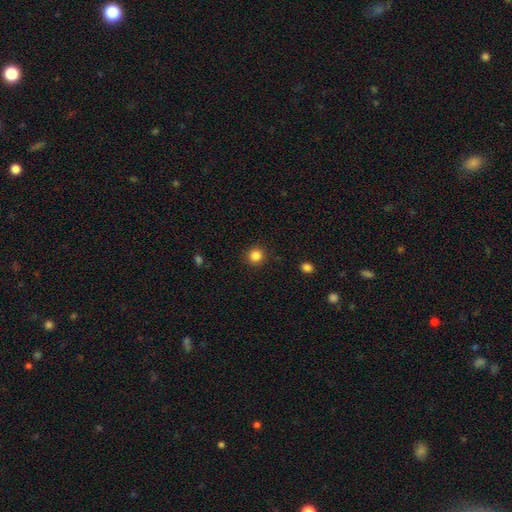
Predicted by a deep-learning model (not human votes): Q: Smooth or featured?
A: smooth (85%); runner-up: star or artifact (11%)
Q: How rounded?
A: round (93%); runner-up: in between (6%)
Q: Merging?
A: none (91%); runner-up: minor disturbance (6%)